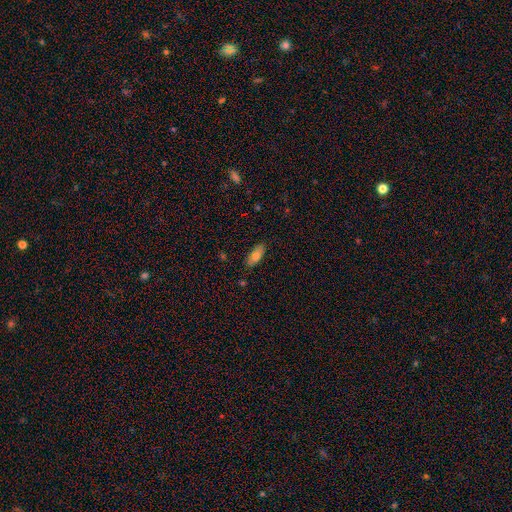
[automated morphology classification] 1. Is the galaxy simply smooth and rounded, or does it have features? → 78% smooth, 15% featured or disk, 7% star or artifact.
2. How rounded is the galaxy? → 85% in between, 13% cigar-shaped, 2% round.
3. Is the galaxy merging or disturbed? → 86% none, 11% minor disturbance, 2% major disturbance, 1% merger.